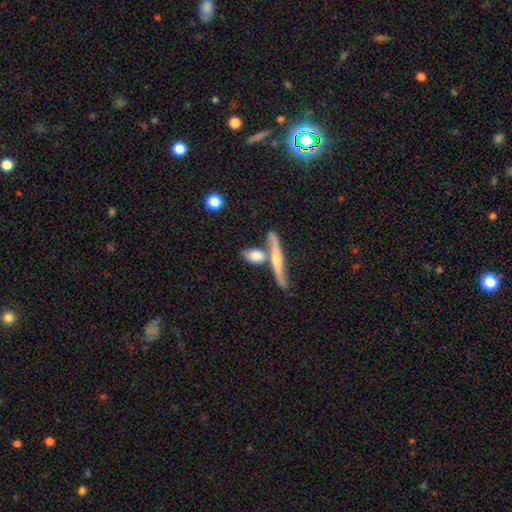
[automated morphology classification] A smooth galaxy with no disk features (63%) that is in between round and cigar-shaped (54%).

Vote fractions:
- Smooth or featured? smooth: 63% / featured or disk: 31% / star or artifact: 7%
- How rounded? in between: 54% / cigar-shaped: 31% / round: 14%
- Merging? none: 46% / merger: 35% / minor disturbance: 13% / major disturbance: 6%